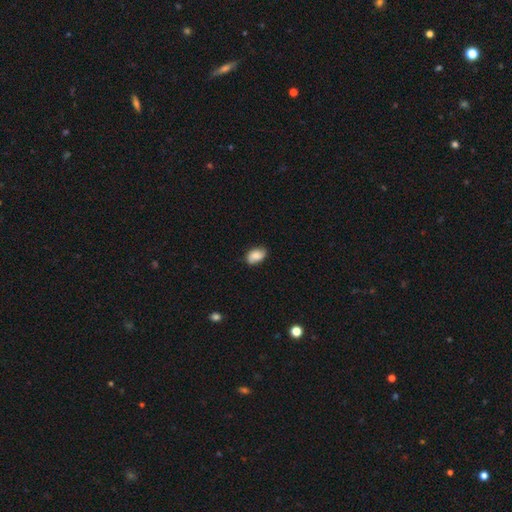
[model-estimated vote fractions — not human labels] Smooth or featured? Predicted: smooth (p=0.76). How rounded? Predicted: in between (p=0.88). Merging? Predicted: none (p=0.79).